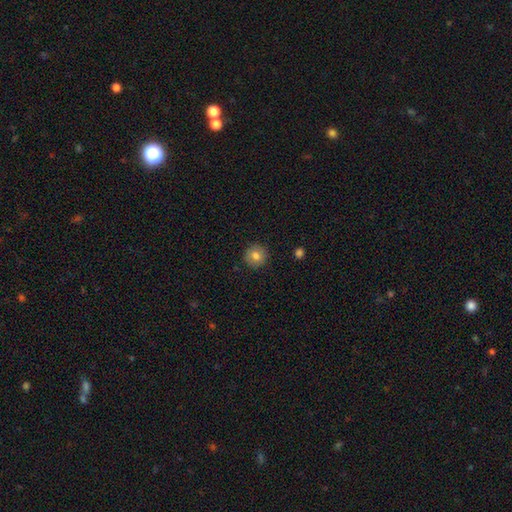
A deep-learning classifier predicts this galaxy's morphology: Smooth or featured? smooth (80%)
How rounded? round (93%)
Merging? none (90%)